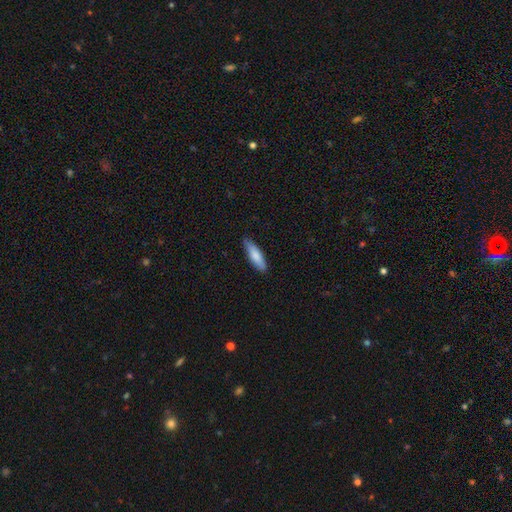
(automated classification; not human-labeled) Overall: smooth (80%). How rounded: cigar-shaped (65%; in between 34%). Merging: none (85%).